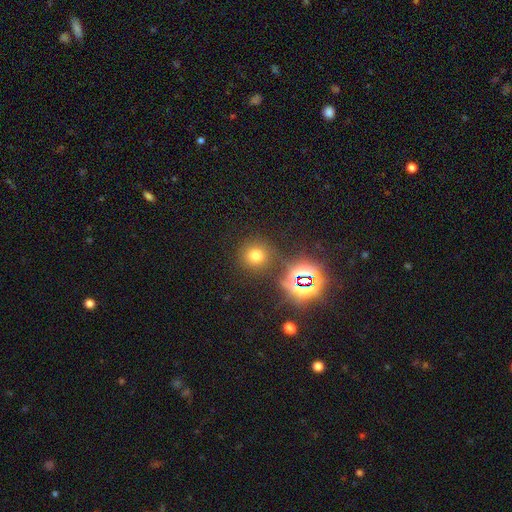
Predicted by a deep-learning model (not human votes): smooth 66%, star or artifact 27%, featured or disk 8%. Down the decision tree: how rounded — round (90%); merging — none (82%).